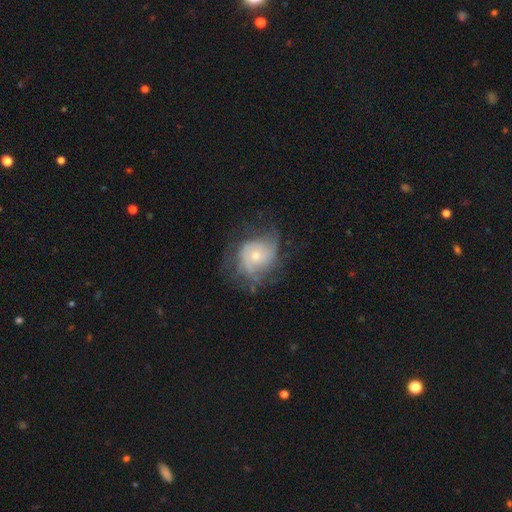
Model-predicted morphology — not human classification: Smooth or featured? featured or disk (63%)
Edge-on disk? no (97%)
Bar? no (80%)
Spiral arms? yes (78%)
Bulge size? small (61%)
Merging? none (49%)